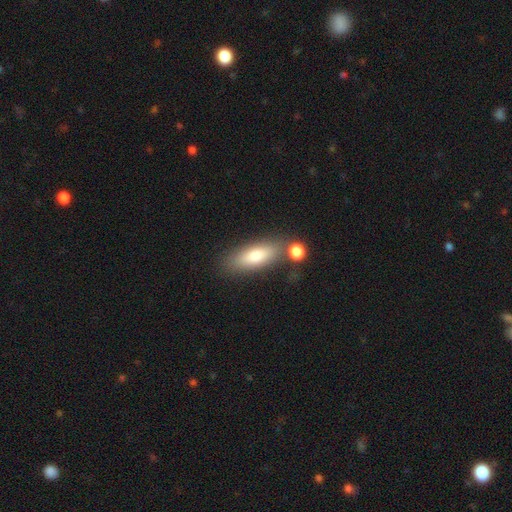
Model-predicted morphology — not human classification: The model was most divided on "how rounded": in between: 61%, cigar-shaped: 36%, round: 3%. More confident: smooth or featured — smooth (74%); merging — none (71%).